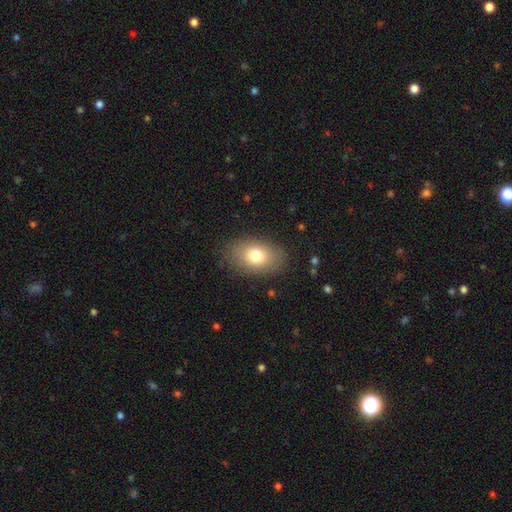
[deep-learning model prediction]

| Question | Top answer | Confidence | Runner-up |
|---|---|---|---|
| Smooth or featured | smooth | 77% | featured or disk (14%) |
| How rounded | in between | 85% | round (14%) |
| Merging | none | 84% | minor disturbance (11%) |